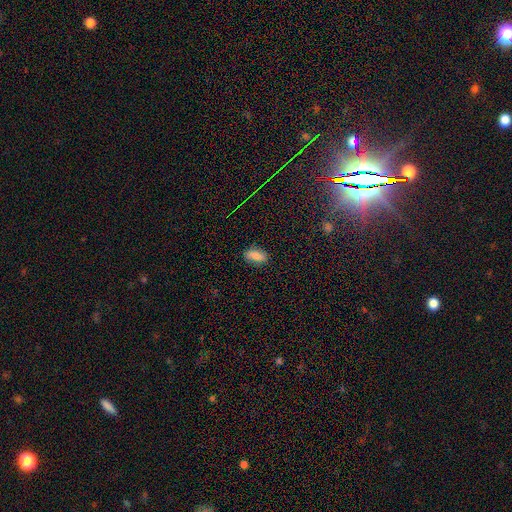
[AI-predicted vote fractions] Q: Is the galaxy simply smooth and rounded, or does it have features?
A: smooth — 83%.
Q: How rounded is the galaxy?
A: in between — 86%.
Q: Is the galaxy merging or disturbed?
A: none — 84%.